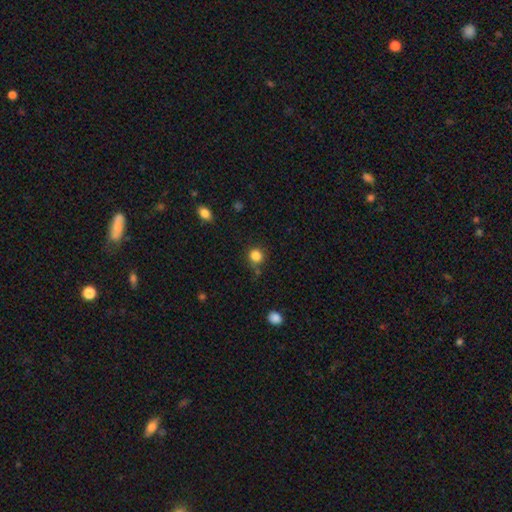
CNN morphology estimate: Smooth or featured?
  - smooth: 84% *
  - star or artifact: 11%
  - featured or disk: 4%
How rounded?
  - round: 89% *
  - in between: 10%
  - cigar-shaped: 1%
Merging?
  - none: 78% *
  - minor disturbance: 13%
  - merger: 5%
  - major disturbance: 4%